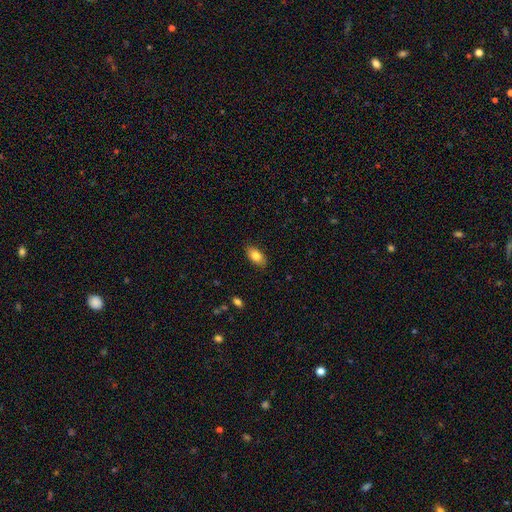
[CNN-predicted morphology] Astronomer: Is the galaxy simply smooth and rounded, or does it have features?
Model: smooth — 81%.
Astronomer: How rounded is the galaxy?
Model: in between — 92%.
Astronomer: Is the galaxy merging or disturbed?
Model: none — 86%.